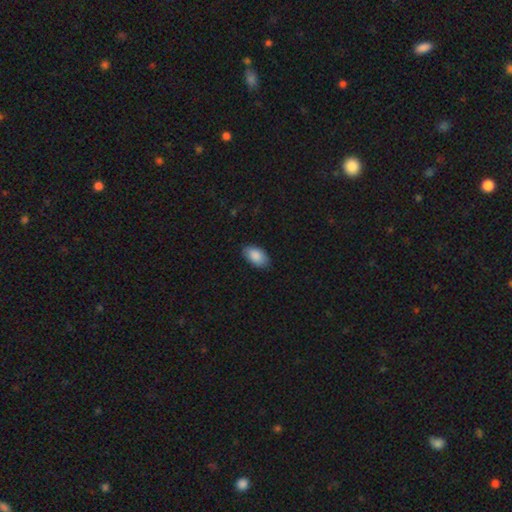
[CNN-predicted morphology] Smooth or featured?
  - smooth: 89% *
  - star or artifact: 6%
  - featured or disk: 5%
How rounded?
  - in between: 94% *
  - round: 4%
  - cigar-shaped: 2%
Merging?
  - none: 84% *
  - minor disturbance: 12%
  - major disturbance: 2%
  - merger: 1%